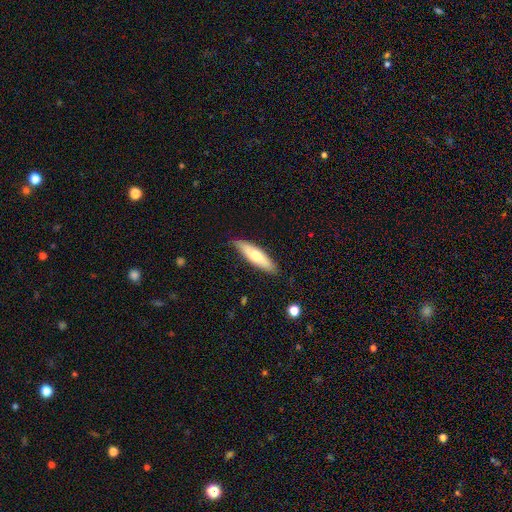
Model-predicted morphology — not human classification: The model was most divided on "how rounded": cigar-shaped: 61%, in between: 38%, round: 2%. More confident: merging — none (84%); smooth or featured — smooth (64%).